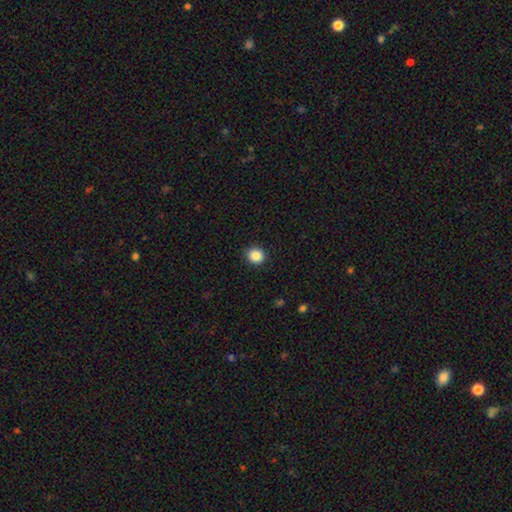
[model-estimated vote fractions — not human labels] The model was most divided on "how rounded": round: 86%, in between: 13%, cigar-shaped: 1%. More confident: merging — none (90%); smooth or featured — smooth (87%).